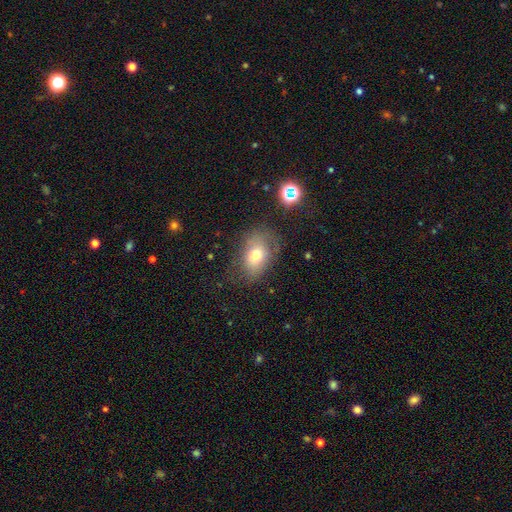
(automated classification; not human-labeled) This is likely a smooth galaxy (68%). How rounded: likely in between (79%). Merging: likely none (65%).